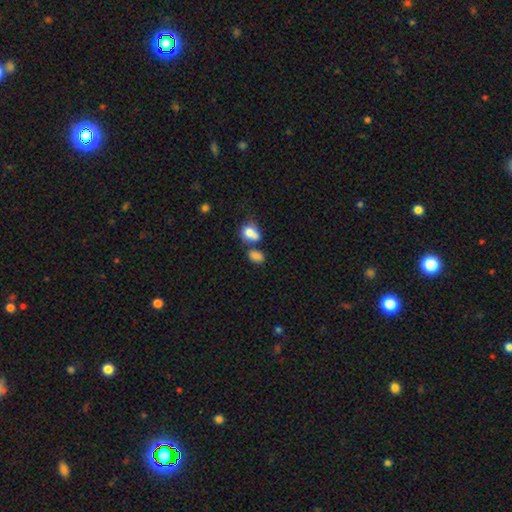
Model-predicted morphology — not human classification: Smooth or featured? smooth (81%)
How rounded? in between (75%)
Merging? none (44%)